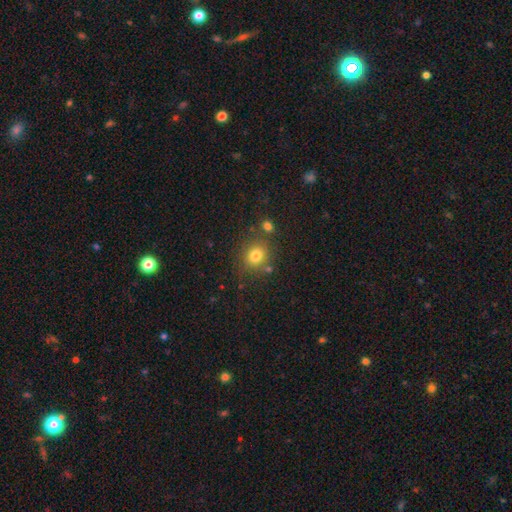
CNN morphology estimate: smooth 79%, star or artifact 14%, featured or disk 8%. Down the decision tree: how rounded — round (78%); merging — none (76%).